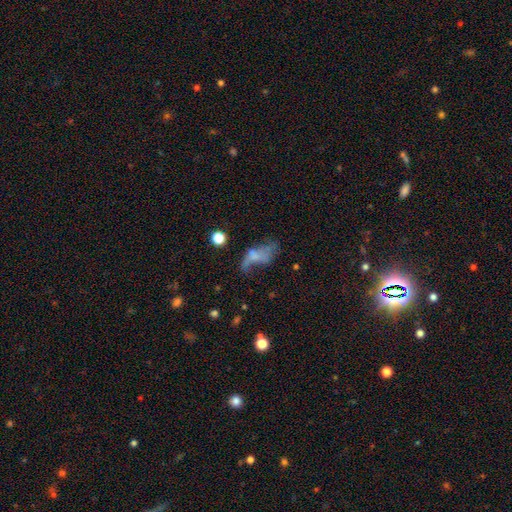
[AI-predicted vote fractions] This is marginally a featured or disk galaxy (43%). Merging: marginally major disturbance (44%).